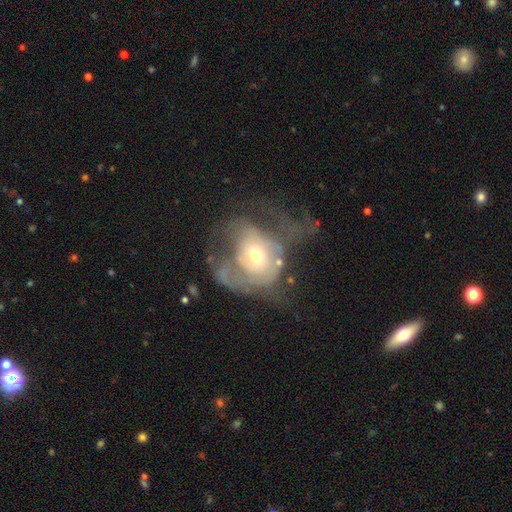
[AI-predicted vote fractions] featured or disk 61%, smooth 30%, star or artifact 9%. Down the decision tree: edge-on disk — no (96%); bar — no (77%); spiral arms — no (51%); bulge size — moderate (55%); merging — major disturbance (58%).